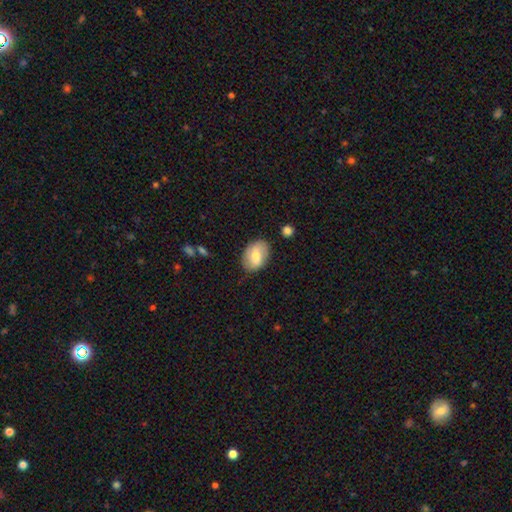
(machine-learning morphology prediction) A smooth galaxy with no disk features (67%) that is in between round and cigar-shaped (82%). Merging: none (77%).